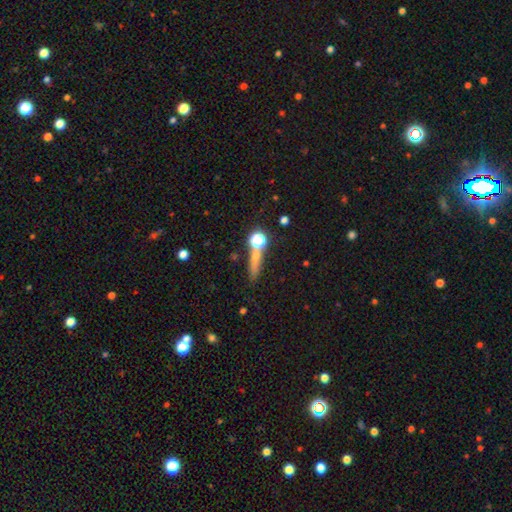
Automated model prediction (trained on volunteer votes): A smooth galaxy with no disk features (54%) that is cigar-shaped (63%). Merging: none (67%).